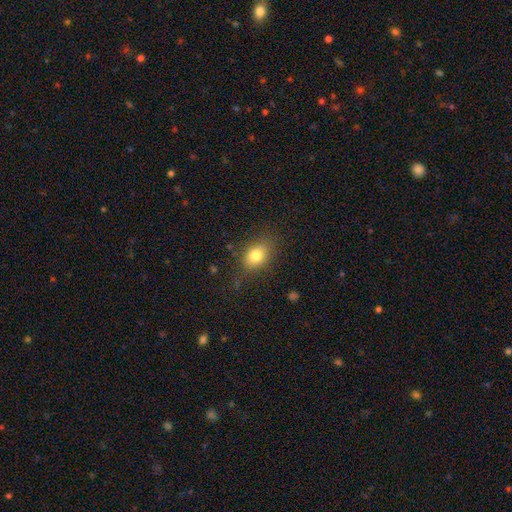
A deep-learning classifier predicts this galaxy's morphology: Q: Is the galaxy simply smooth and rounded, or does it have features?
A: smooth — 79%.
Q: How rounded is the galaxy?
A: in between — 72%.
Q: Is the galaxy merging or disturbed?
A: none — 78%.